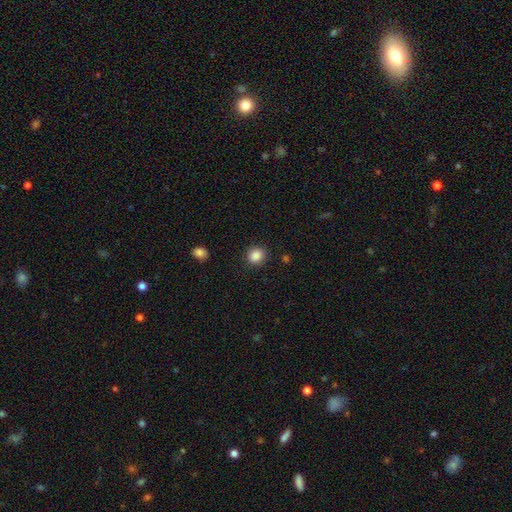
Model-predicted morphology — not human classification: smooth_or_featured: smooth (p=0.87) [alt: star or artifact p=0.10]
how_rounded: round (p=0.85) [alt: in between p=0.14]
merging: none (p=0.88) [alt: minor disturbance p=0.08]